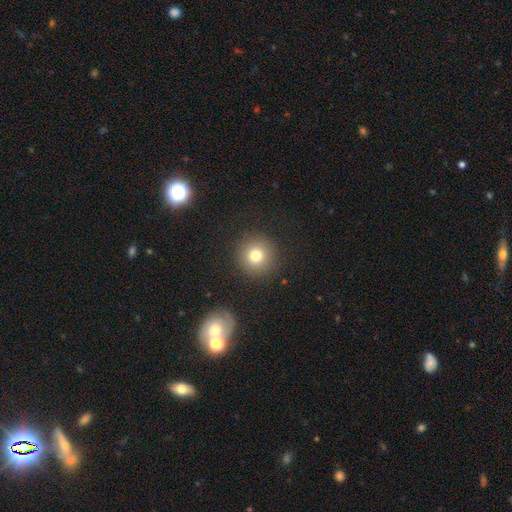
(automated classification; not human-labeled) The model was most divided on "smooth or featured": smooth: 77%, star or artifact: 13%, featured or disk: 10%. More confident: how rounded — round (94%); merging — none (90%).